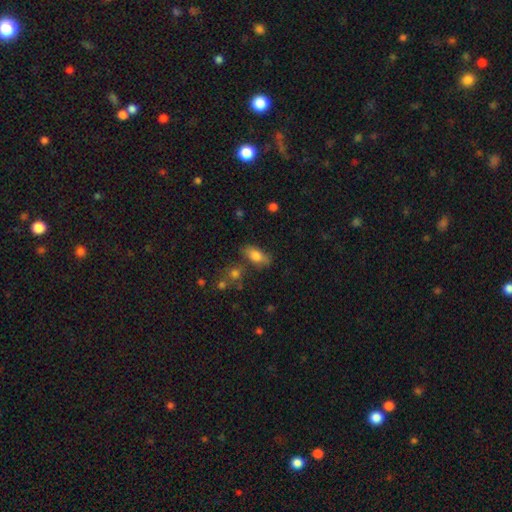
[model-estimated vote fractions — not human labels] A smooth galaxy with no disk features (79%) that is in between round and cigar-shaped (87%).

Vote fractions:
- Smooth or featured? smooth: 79% / featured or disk: 13% / star or artifact: 8%
- How rounded? in between: 87% / cigar-shaped: 7% / round: 6%
- Merging? none: 69% / minor disturbance: 17% / merger: 10% / major disturbance: 5%